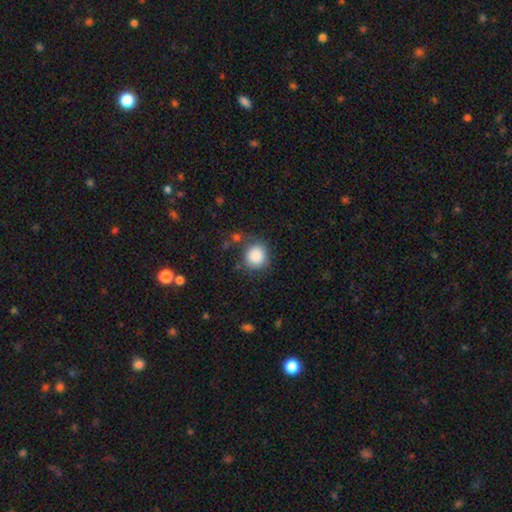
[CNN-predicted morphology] Smooth or featured?
  - smooth: 88% *
  - star or artifact: 8%
  - featured or disk: 4%
How rounded?
  - round: 90% *
  - in between: 10%
  - cigar-shaped: 1%
Merging?
  - none: 76% *
  - minor disturbance: 14%
  - major disturbance: 6%
  - merger: 4%